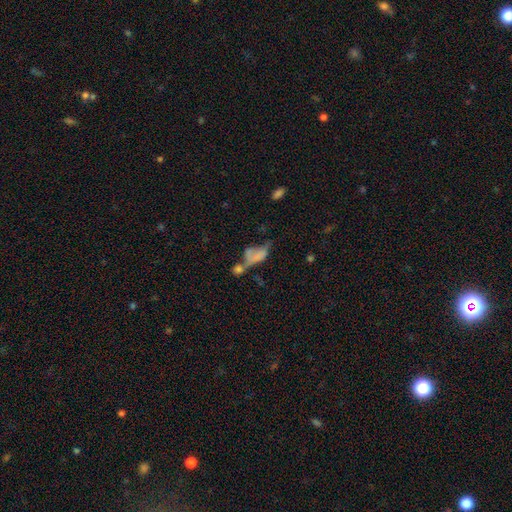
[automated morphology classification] The model was most divided on "merging": merger: 49%, major disturbance: 23%, none: 16%, minor disturbance: 12%. More confident: how rounded — in between (80%); smooth or featured — smooth (57%).